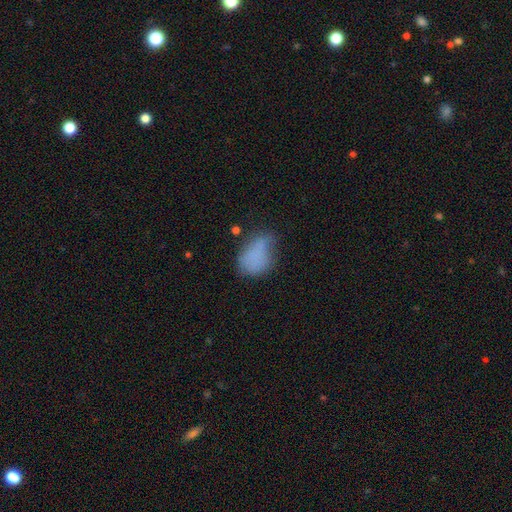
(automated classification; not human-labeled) This appears to be a smooth galaxy with no disk features (73%) that is in between round and cigar-shaped (80%). Merging: none (37%).